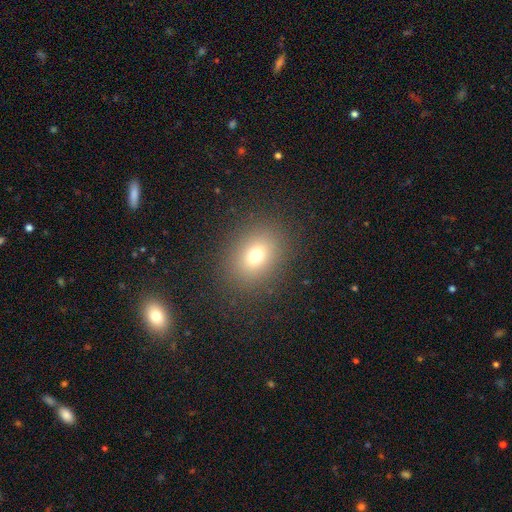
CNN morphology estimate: smooth 72%, star or artifact 17%, featured or disk 11%. Down the decision tree: how rounded — round (50%); merging — none (87%).